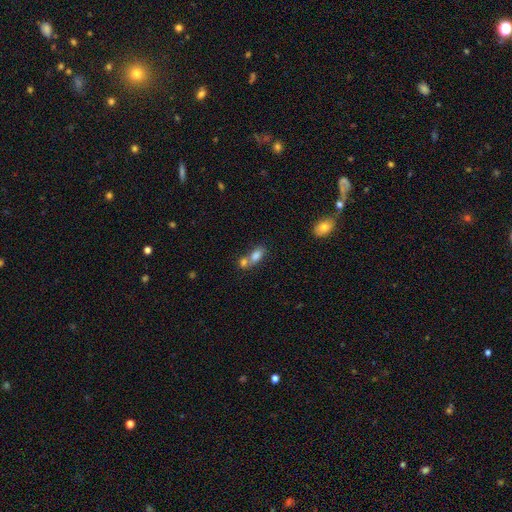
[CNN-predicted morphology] smooth-or-featured: smooth: 79% | featured or disk: 12% | star or artifact: 9%
  how-rounded: in between: 82% | round: 10% | cigar-shaped: 8%
  merging: merger: 58% | none: 30% | minor disturbance: 8% | major disturbance: 4%